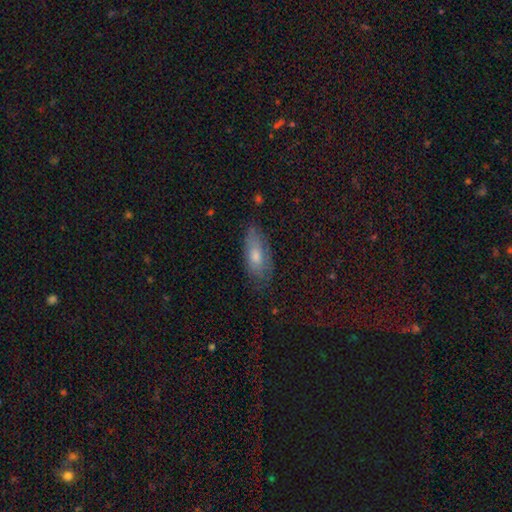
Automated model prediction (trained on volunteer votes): The model was most divided on "smooth or featured": smooth: 56%, featured or disk: 31%, star or artifact: 14%. More confident: how rounded — in between (78%); merging — none (71%).